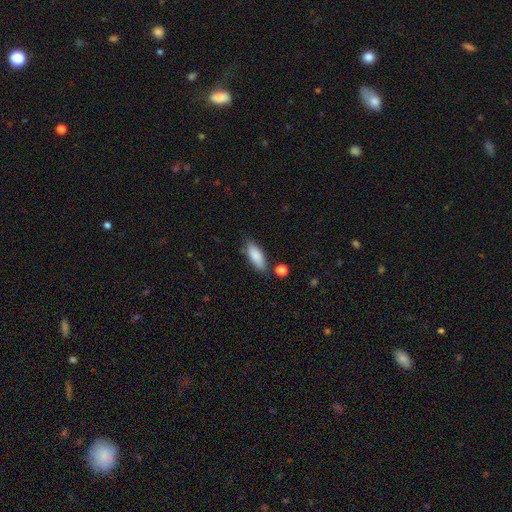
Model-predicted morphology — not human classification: Overall: smooth (87%). How rounded: in between (71%). Merging: none (77%).